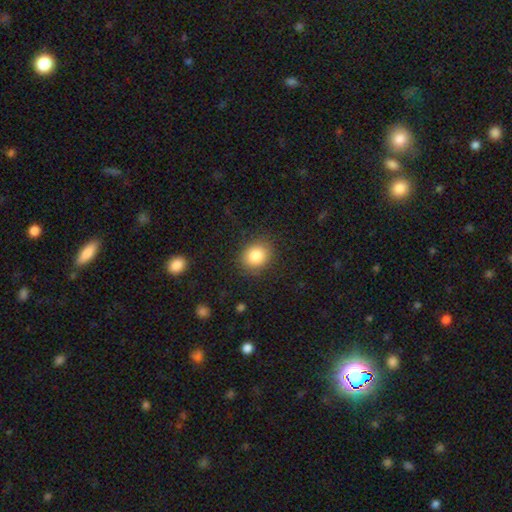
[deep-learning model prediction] The model was most divided on "how rounded": round: 70%, in between: 29%, cigar-shaped: 1%. More confident: merging — none (86%); smooth or featured — smooth (83%).